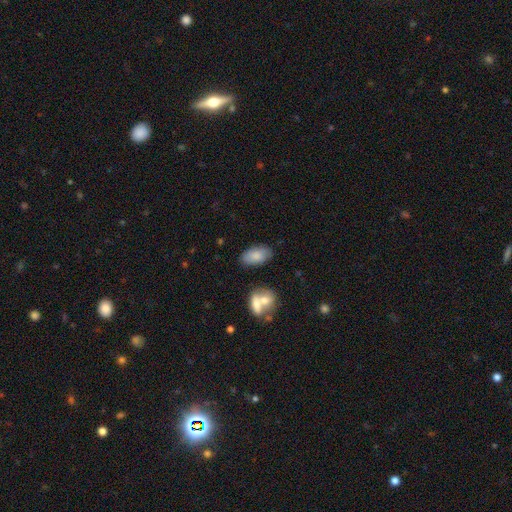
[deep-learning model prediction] A smooth galaxy with no disk features (82%) that is in between round and cigar-shaped (93%). Merging: none (75%).